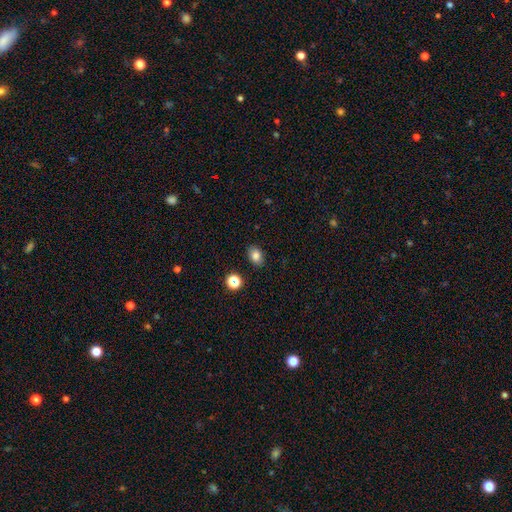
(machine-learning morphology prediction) Smooth or featured: smooth — 81% (star or artifact — 11%)
How rounded: in between — 73% (round — 25%)
Merging: none — 86% (minor disturbance — 9%)